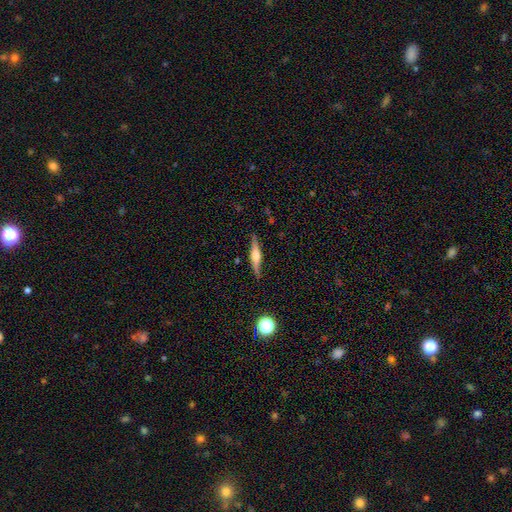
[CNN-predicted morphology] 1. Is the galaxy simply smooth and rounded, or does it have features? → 65% featured or disk, 29% smooth, 7% star or artifact.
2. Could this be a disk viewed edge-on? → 96% yes, 4% no.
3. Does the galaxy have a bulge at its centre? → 84% rounded, 11% boxy, 4% none.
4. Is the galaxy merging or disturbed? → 85% none, 11% minor disturbance, 2% major disturbance, 1% merger.